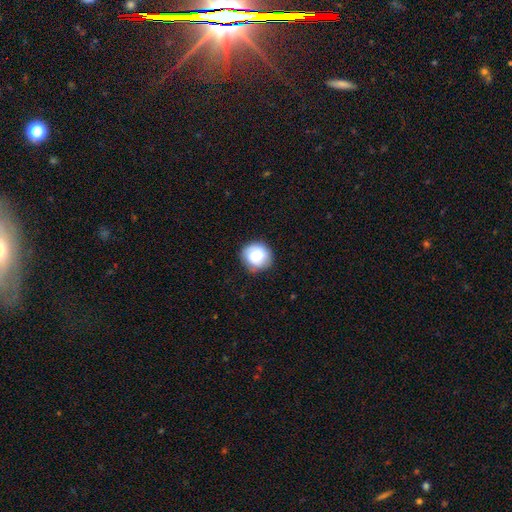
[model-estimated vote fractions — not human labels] A smooth galaxy with no disk features (76%) that is round (90%).

Vote fractions:
- Smooth or featured? smooth: 76% / featured or disk: 15% / star or artifact: 9%
- How rounded? round: 90% / in between: 10% / cigar-shaped: 1%
- Merging? none: 82% / minor disturbance: 14% / major disturbance: 3% / merger: 1%